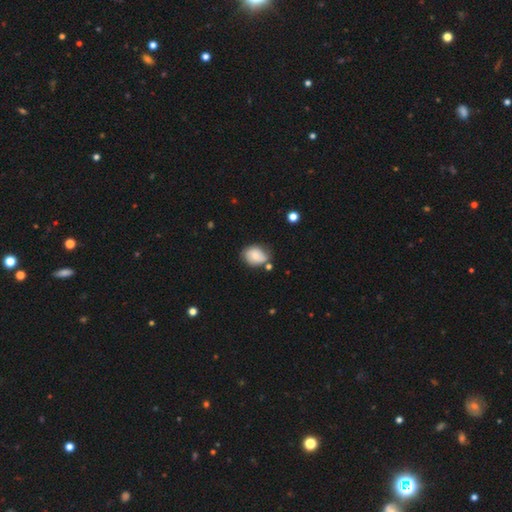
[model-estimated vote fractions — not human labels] Smooth or featured: smooth — 64% (featured or disk — 28%)
How rounded: in between — 56% (round — 43%)
Merging: none — 60% (minor disturbance — 26%)